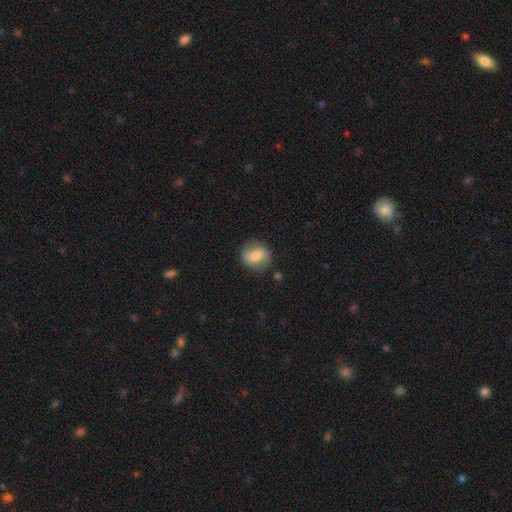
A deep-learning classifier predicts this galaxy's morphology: Overall: smooth (64%; featured or disk 28%). How rounded: round (70%). Merging: none (78%).